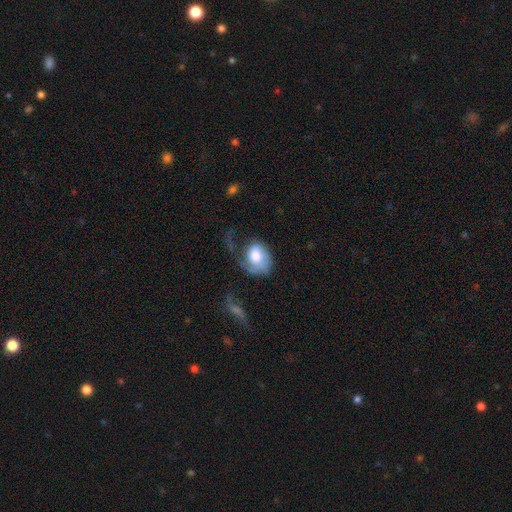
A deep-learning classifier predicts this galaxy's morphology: Overall: smooth (51%; featured or disk 42%). How rounded: in between (54%; round 45%). Merging: major disturbance (47%; none 26%).